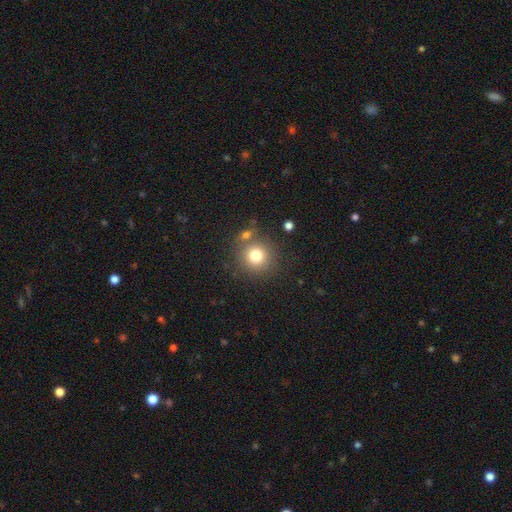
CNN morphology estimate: type=smooth (77%); roundness=round (93%); merging=none (77%).